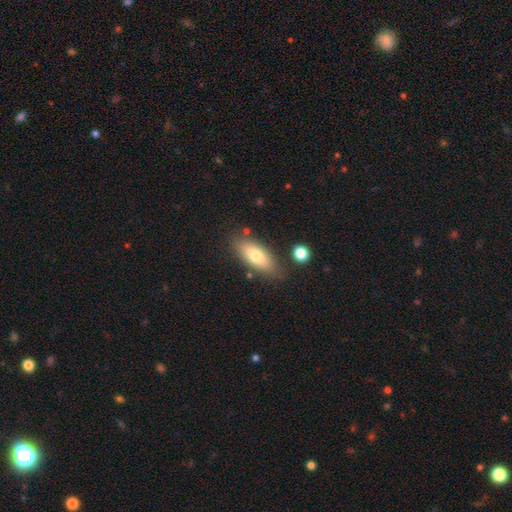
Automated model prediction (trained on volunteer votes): This is likely a smooth galaxy (72%). How rounded: likely in between (77%). Merging: likely none (77%).